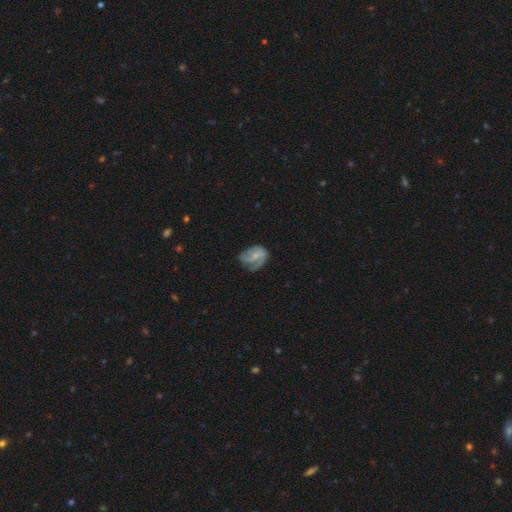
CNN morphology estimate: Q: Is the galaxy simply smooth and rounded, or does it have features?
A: featured or disk — 62%.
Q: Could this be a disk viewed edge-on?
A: no — 98%.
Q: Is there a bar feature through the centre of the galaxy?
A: no — 59%.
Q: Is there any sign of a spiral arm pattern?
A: yes — 84%.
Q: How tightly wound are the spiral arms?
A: medium — 41%.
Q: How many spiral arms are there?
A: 2 — 36%.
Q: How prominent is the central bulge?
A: small — 58%.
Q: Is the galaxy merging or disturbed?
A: none — 47%.